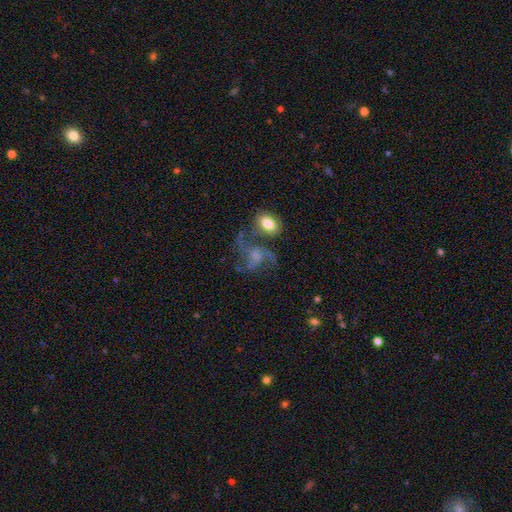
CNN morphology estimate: Smooth or featured? Predicted: featured or disk (p=0.66). Edge-on disk? Predicted: no (p=0.97). Bar? Predicted: no (p=0.66). Spiral arms? Predicted: yes (p=0.83). Spiral winding? Predicted: loose (p=0.58). Spiral arm count? Predicted: 2 (p=0.64). Bulge size? Predicted: none (p=0.38). Merging? Predicted: none (p=0.34).